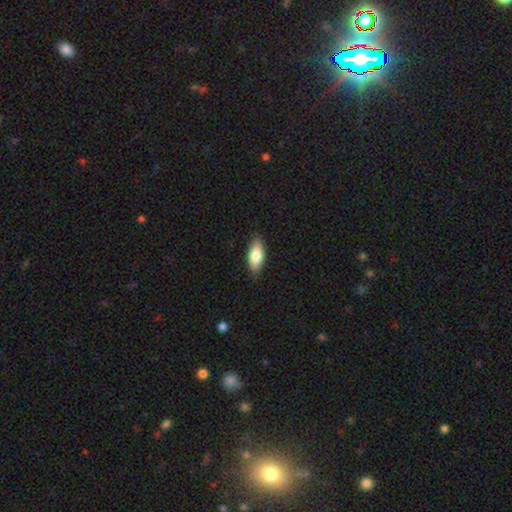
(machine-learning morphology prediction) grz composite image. It shows a smooth galaxy with no disk features (80%) that is in between round and cigar-shaped (82%). Merging: none (87%).